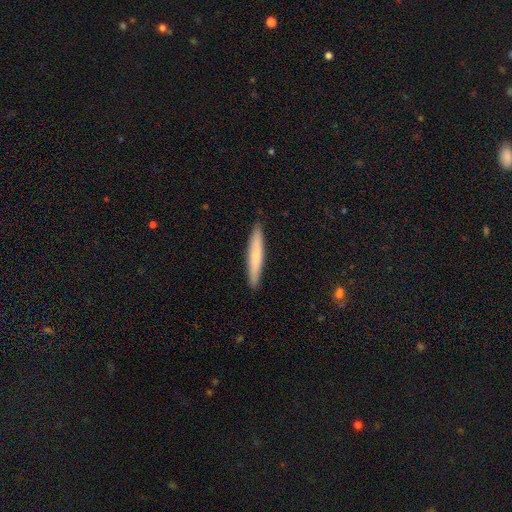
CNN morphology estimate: Smooth or featured? Predicted: smooth (p=0.68). How rounded? Predicted: cigar-shaped (p=0.94). Merging? Predicted: none (p=0.91).